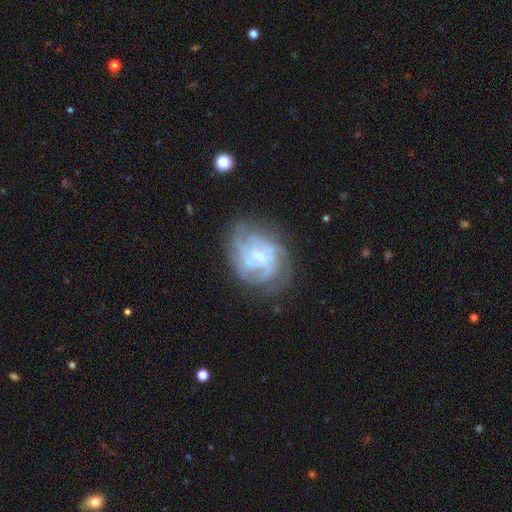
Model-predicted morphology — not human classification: Smooth or featured? featured or disk (77%)
Edge-on disk? no (97%)
Bar? no (47%)
Spiral arms? yes (88%)
Spiral winding? tight (56%)
Spiral arm count? can't tell (42%)
Bulge size? small (66%)
Merging? none (68%)